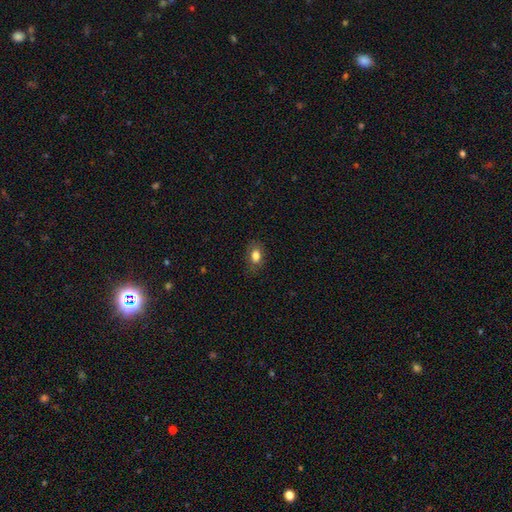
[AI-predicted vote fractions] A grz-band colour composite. It shows a smooth galaxy with no disk features (80%) that is in between round and cigar-shaped (81%). Merging: none (81%).